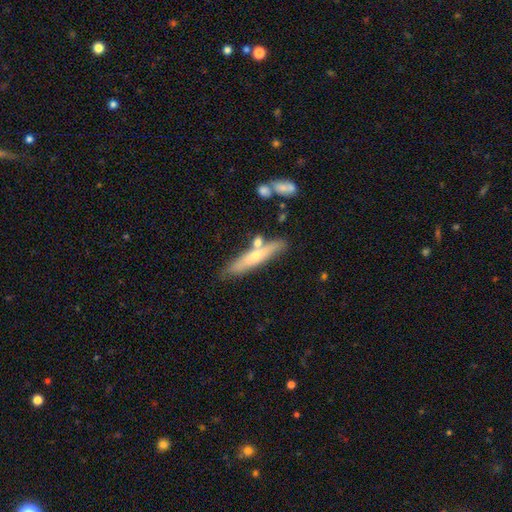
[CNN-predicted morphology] Overall: smooth (49%; featured or disk 45%). Merging: none (72%).